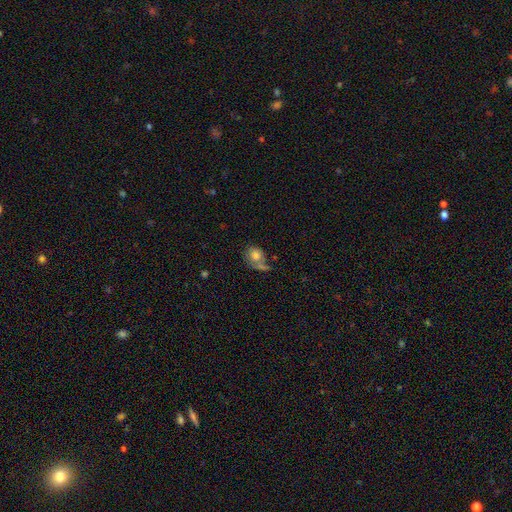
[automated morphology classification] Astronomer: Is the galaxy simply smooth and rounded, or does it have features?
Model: smooth — 70%.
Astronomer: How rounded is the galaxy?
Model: round — 64%.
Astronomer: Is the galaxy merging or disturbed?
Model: none — 40% (runner-up: merger, 26%).